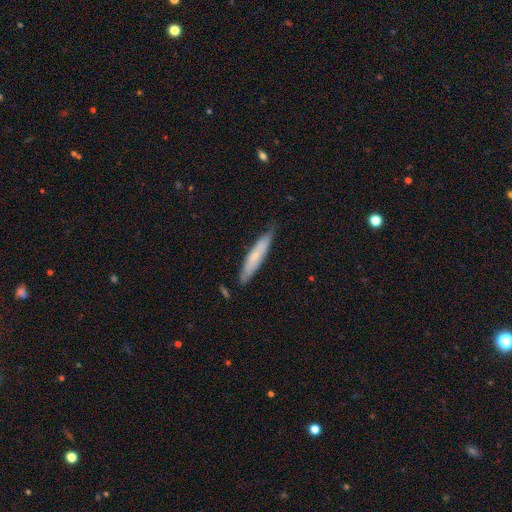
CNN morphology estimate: This is likely a smooth galaxy (62%). How rounded: clearly cigar-shaped (89%). Merging: likely none (77%).